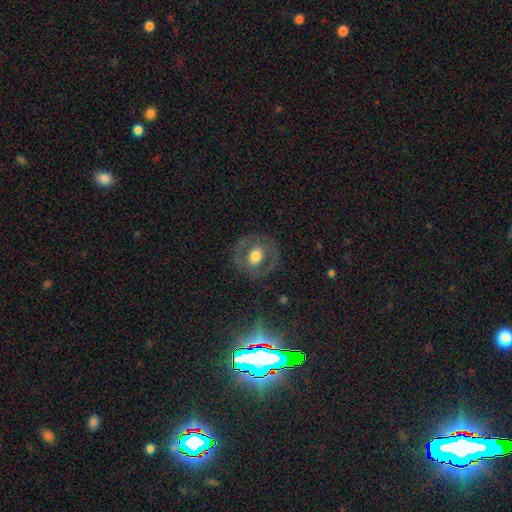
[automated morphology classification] smooth-or-featured: smooth: 49% | featured or disk: 42% | star or artifact: 9%
  merging: none: 79% | minor disturbance: 12% | major disturbance: 8% | merger: 1%